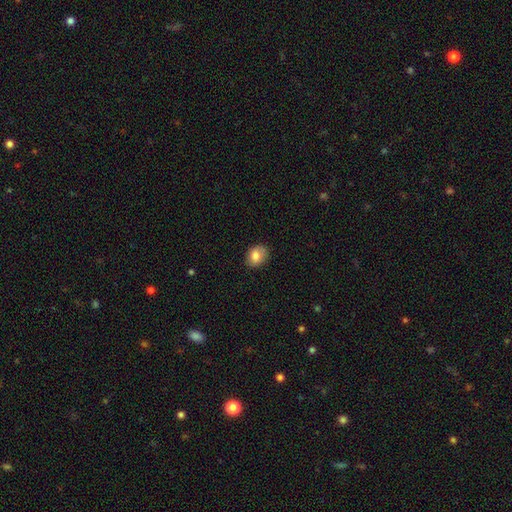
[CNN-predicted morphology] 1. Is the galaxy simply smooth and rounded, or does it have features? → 83% smooth, 9% featured or disk, 8% star or artifact.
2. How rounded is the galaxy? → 61% in between, 38% round, 1% cigar-shaped.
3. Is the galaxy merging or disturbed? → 82% none, 14% minor disturbance, 3% major disturbance, 1% merger.